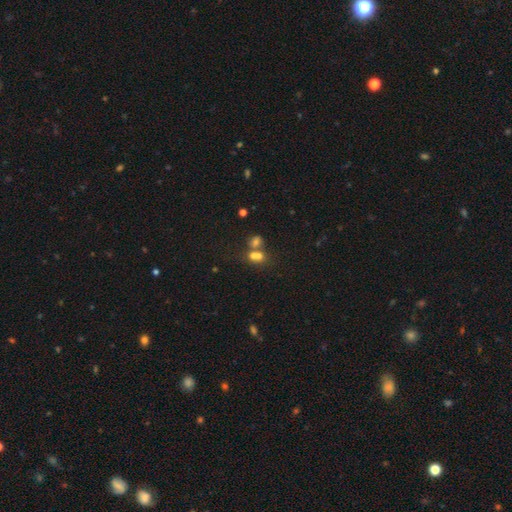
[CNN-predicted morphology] type=smooth (66%); roundness=round (51%); merging=merger (60%).